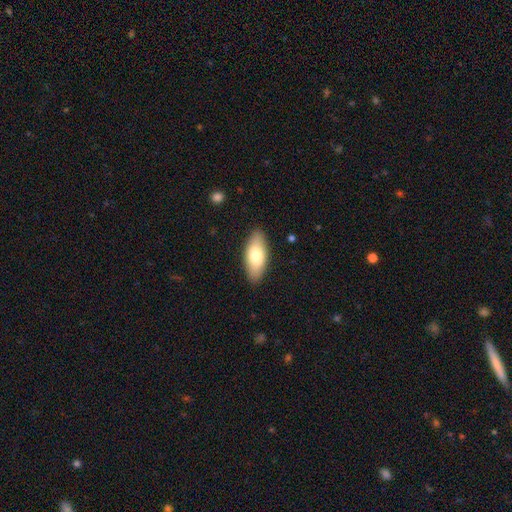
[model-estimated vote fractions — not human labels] A smooth galaxy with no disk features (75%) that is in between round and cigar-shaped (84%). Merging: none (88%).